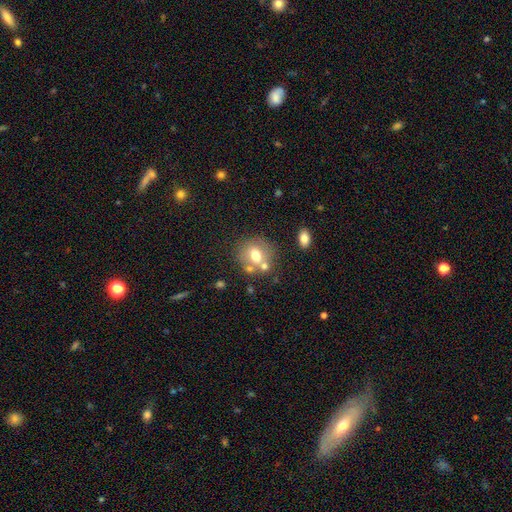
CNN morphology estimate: Smooth or featured?
  - smooth: 67% *
  - featured or disk: 22%
  - star or artifact: 11%
How rounded?
  - round: 72% *
  - in between: 27%
  - cigar-shaped: 1%
Merging?
  - none: 58% *
  - merger: 23%
  - minor disturbance: 14%
  - major disturbance: 5%